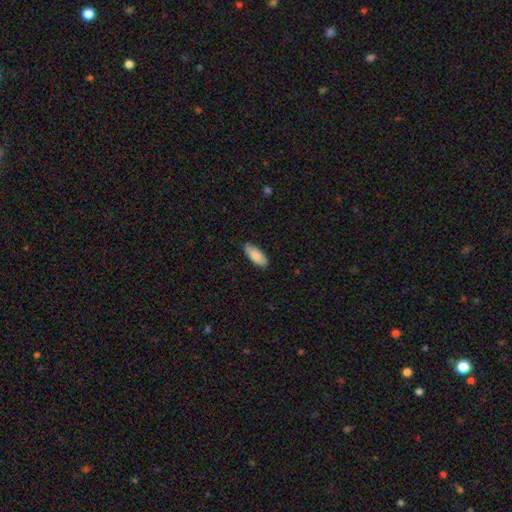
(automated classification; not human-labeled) This appears to be a smooth galaxy with no disk features (87%) that is in between round and cigar-shaped (81%). Merging: none (86%).